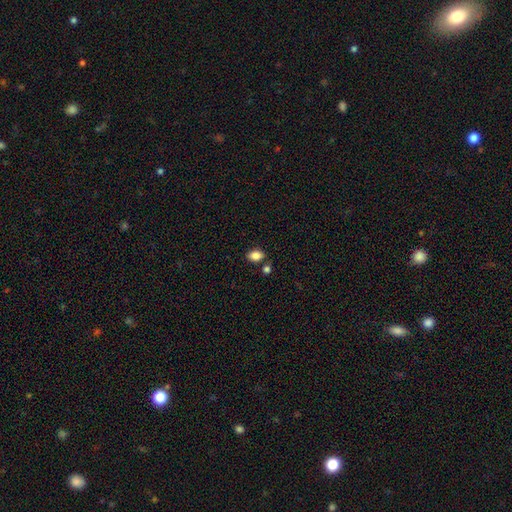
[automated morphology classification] The model was most divided on "how rounded": in between: 79%, round: 19%, cigar-shaped: 1%. More confident: smooth or featured — smooth (86%); merging — none (78%).